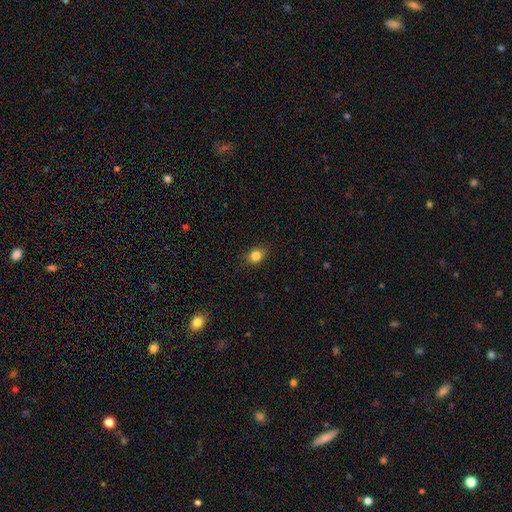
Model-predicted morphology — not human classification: smooth_or_featured: smooth (p=0.83) [alt: star or artifact p=0.11]
how_rounded: round (p=0.51) [alt: in between p=0.48]
merging: none (p=0.86) [alt: minor disturbance p=0.11]